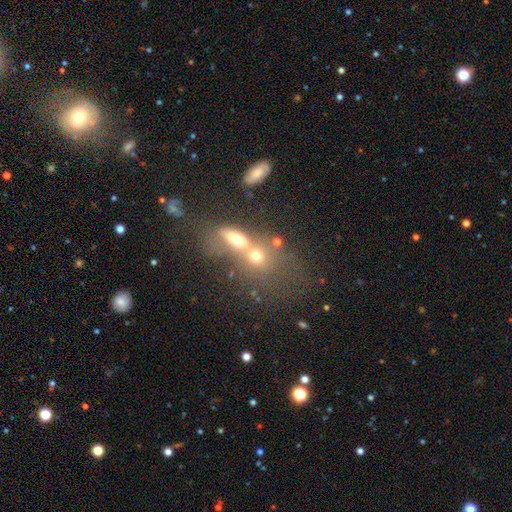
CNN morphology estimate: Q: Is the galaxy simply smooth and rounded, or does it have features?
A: smooth — 60%.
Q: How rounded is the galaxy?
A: round — 53%.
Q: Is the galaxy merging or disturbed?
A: merger — 65%.